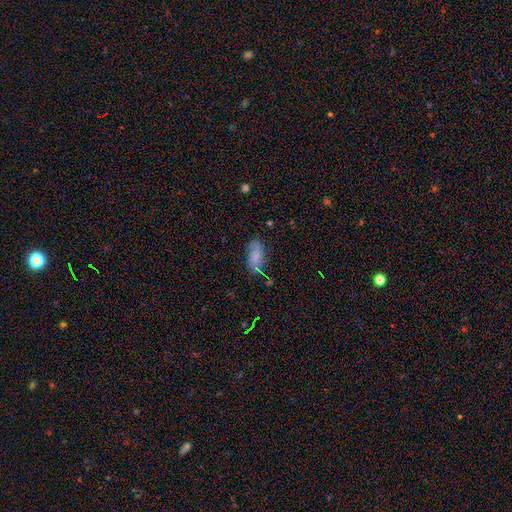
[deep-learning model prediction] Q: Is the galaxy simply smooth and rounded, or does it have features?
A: smooth — 54%.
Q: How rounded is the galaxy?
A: in between — 90%.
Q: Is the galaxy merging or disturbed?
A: none — 54%.